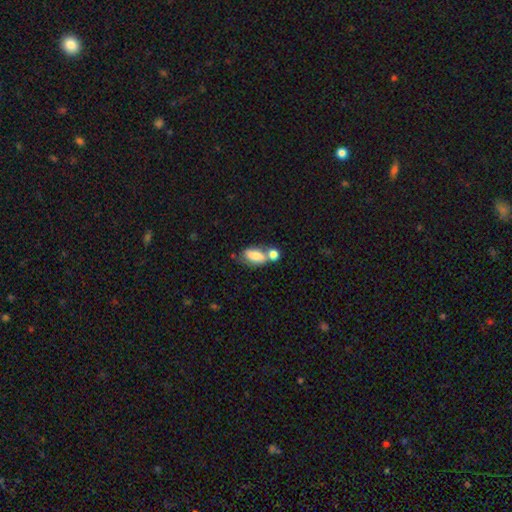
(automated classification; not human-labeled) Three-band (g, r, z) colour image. It shows a smooth galaxy with no disk features (73%) that is in between round and cigar-shaped (85%). Merging: merger (43%).